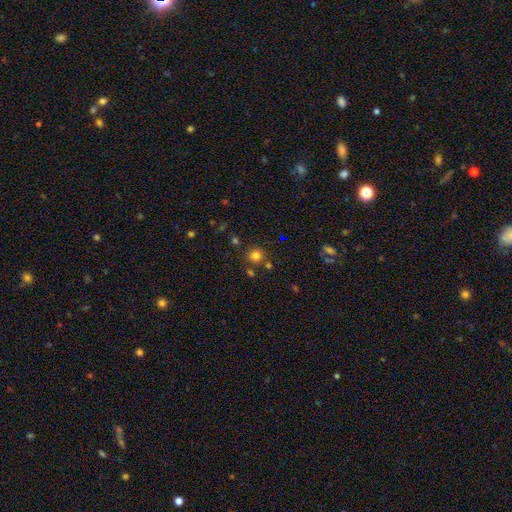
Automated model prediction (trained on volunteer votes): Q: Smooth or featured?
A: smooth (78%); runner-up: star or artifact (16%)
Q: How rounded?
A: round (90%); runner-up: in between (9%)
Q: Merging?
A: none (79%); runner-up: minor disturbance (9%)